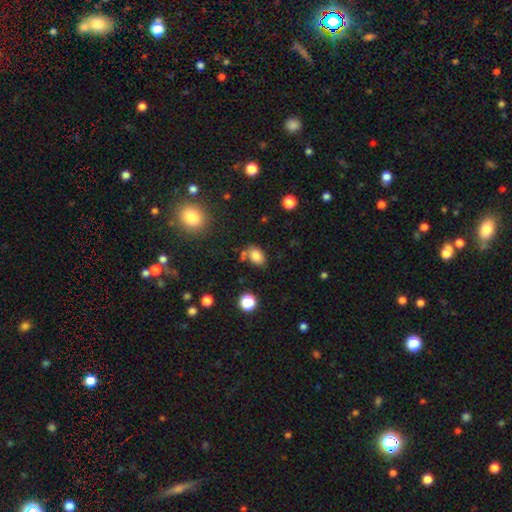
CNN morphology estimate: Smooth or featured?
  - smooth: 80% *
  - star or artifact: 12%
  - featured or disk: 8%
How rounded?
  - in between: 80% *
  - round: 19%
  - cigar-shaped: 1%
Merging?
  - none: 64% *
  - minor disturbance: 17%
  - merger: 13%
  - major disturbance: 5%